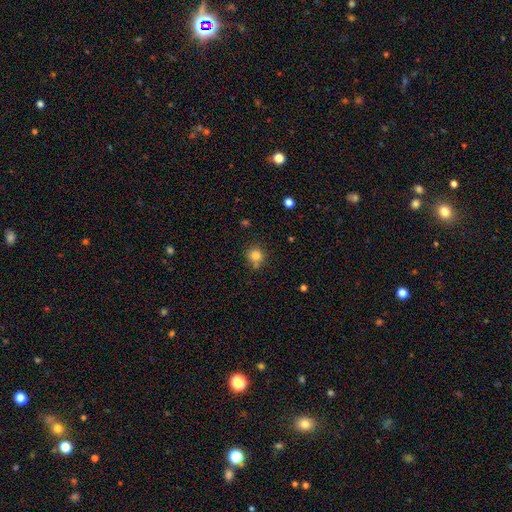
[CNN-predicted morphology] Smooth or featured? smooth (81%)
How rounded? round (88%)
Merging? none (70%)